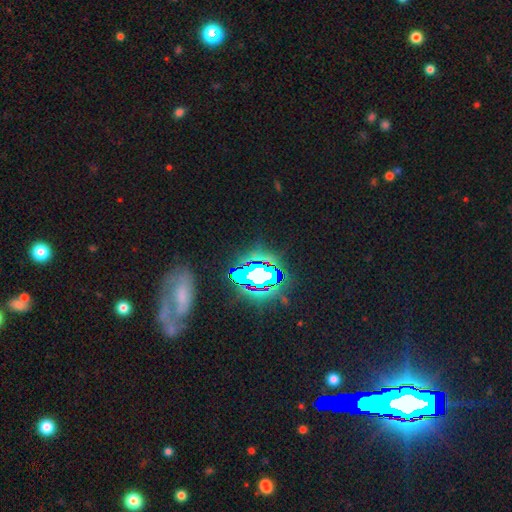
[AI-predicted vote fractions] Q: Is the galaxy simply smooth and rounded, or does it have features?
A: star or artifact — 64%.